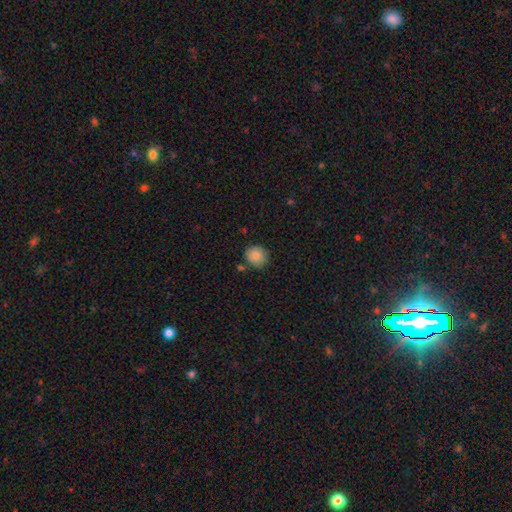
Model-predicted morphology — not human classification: Smooth or featured? Predicted: smooth (p=0.85). How rounded? Predicted: round (p=0.87). Merging? Predicted: none (p=0.79).